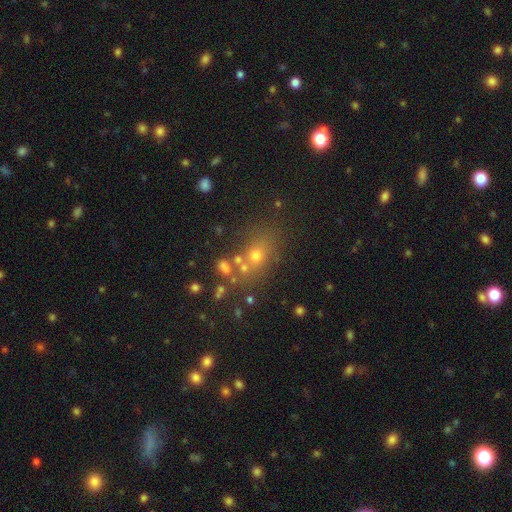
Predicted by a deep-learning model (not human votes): Overall: smooth (58%; star or artifact 24%). How rounded: round (50%; in between 47%). Merging: none (61%).